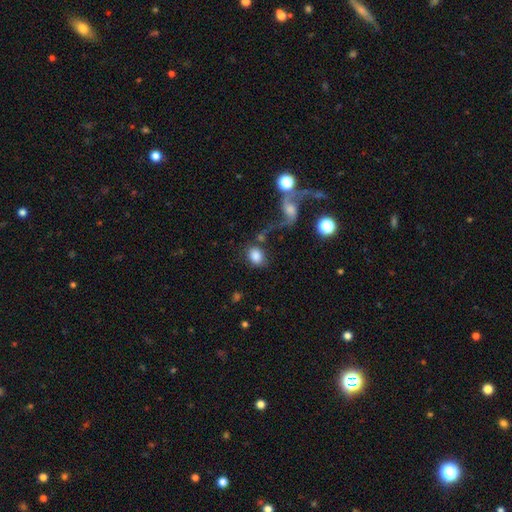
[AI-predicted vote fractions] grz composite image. It shows a smooth galaxy with no disk features (81%) that is in between round and cigar-shaped (57%). Merging: none (59%).